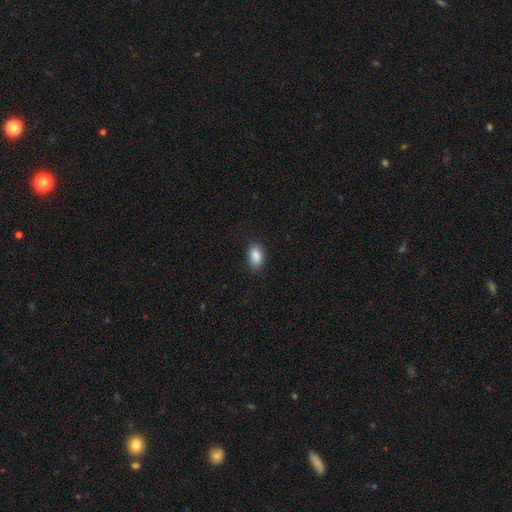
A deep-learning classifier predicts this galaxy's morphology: A smooth galaxy with no disk features (88%) that is in between round and cigar-shaped (87%). Merging: none (82%).